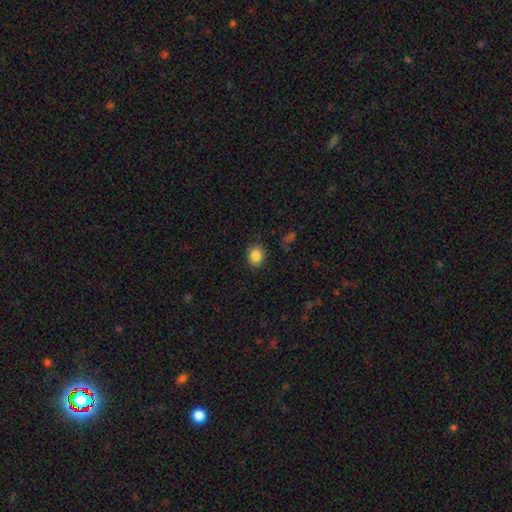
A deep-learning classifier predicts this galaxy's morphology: Smooth or featured? smooth (85%)
How rounded? round (66%)
Merging? none (86%)